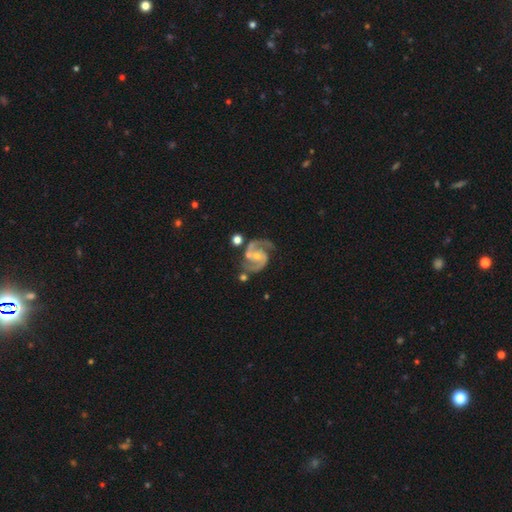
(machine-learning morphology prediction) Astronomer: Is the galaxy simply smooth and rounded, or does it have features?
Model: featured or disk — 92%.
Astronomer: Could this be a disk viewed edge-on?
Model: no — 98%.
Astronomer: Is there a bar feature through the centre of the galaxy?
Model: no — 52% (runner-up: weak, 36%).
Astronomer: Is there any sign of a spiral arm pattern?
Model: yes — 98%.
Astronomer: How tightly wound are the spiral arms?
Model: medium — 62%.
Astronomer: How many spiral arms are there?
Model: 2 — 93%.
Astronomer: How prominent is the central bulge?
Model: small — 60%.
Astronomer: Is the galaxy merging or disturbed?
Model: none — 68%.